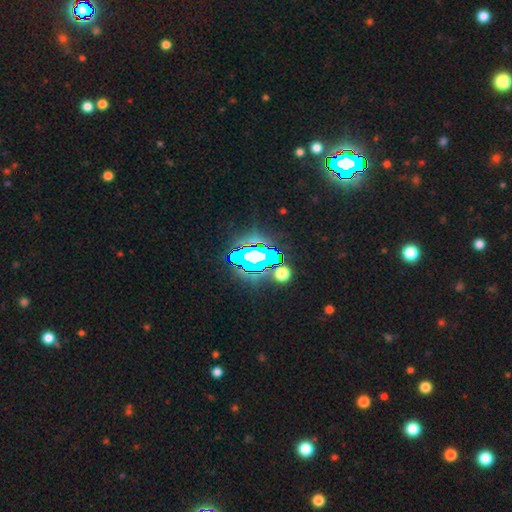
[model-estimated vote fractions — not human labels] smooth-or-featured: star or artifact: 67% | smooth: 17% | featured or disk: 16%